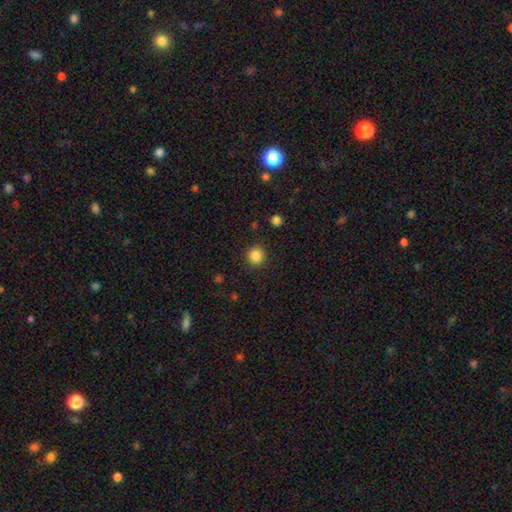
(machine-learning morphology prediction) The model was most divided on "smooth or featured": smooth: 85%, star or artifact: 11%, featured or disk: 4%. More confident: how rounded — round (93%); merging — none (91%).